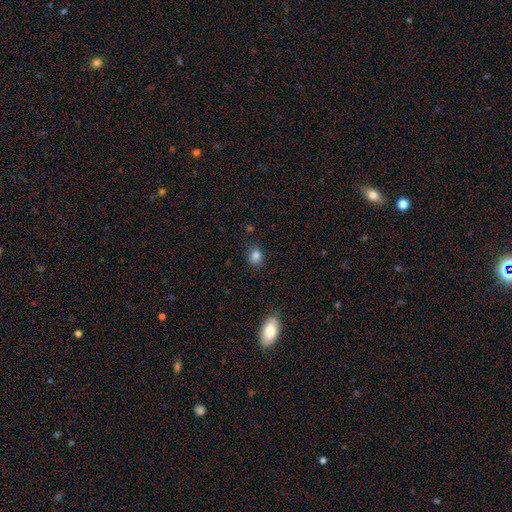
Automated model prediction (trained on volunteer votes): This appears to be a smooth galaxy with no disk features (83%) that is round (50%). Merging: none (83%).